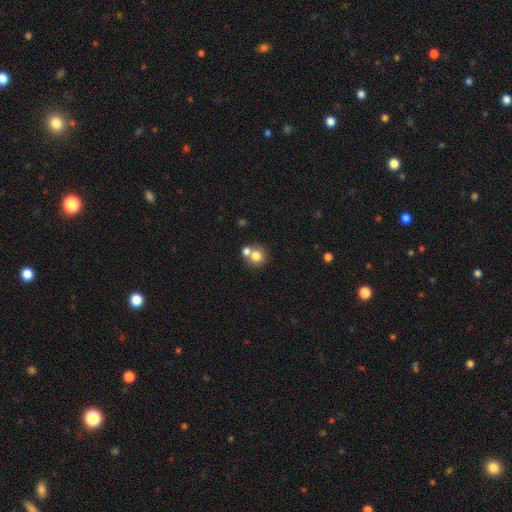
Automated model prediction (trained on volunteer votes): smooth-or-featured: smooth: 77% | featured or disk: 12% | star or artifact: 11%
  how-rounded: round: 87% | in between: 12% | cigar-shaped: 1%
  merging: none: 48% | merger: 43% | minor disturbance: 7% | major disturbance: 3%